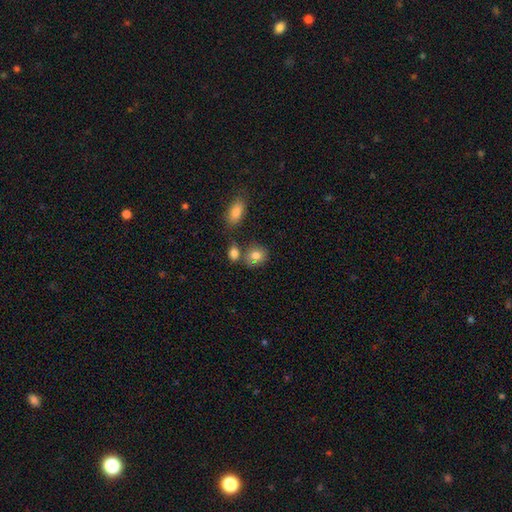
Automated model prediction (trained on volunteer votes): This is clearly a smooth galaxy (81%). How rounded: possibly round (54%). Merging: possibly none (58%).